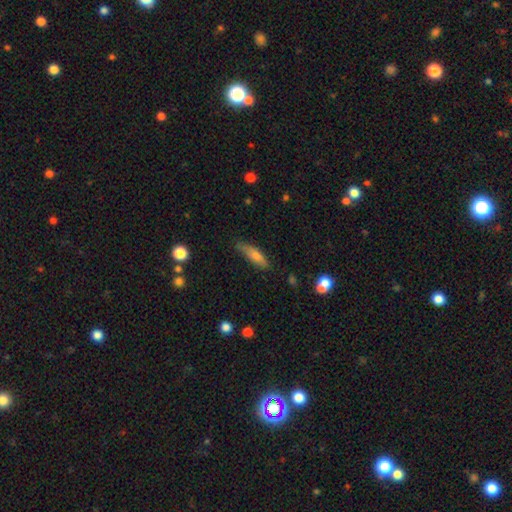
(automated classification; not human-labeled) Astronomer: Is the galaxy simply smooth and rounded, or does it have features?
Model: smooth — 70%.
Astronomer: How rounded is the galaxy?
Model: cigar-shaped — 61% (runner-up: in between, 37%).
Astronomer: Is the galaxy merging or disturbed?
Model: none — 70%.